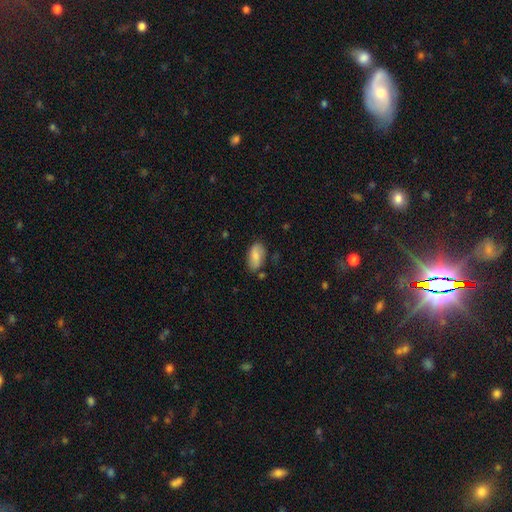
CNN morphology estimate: This is likely a smooth galaxy (76%). How rounded: clearly in between (91%). Merging: likely none (71%).